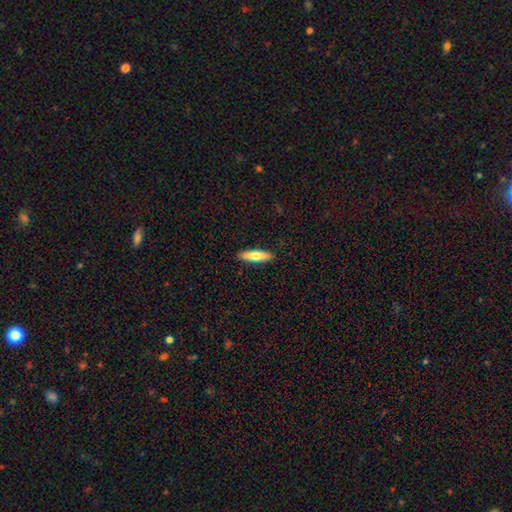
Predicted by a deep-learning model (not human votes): Q: Smooth or featured?
A: smooth (72%); runner-up: featured or disk (23%)
Q: How rounded?
A: cigar-shaped (63%); runner-up: in between (35%)
Q: Merging?
A: none (90%); runner-up: minor disturbance (7%)